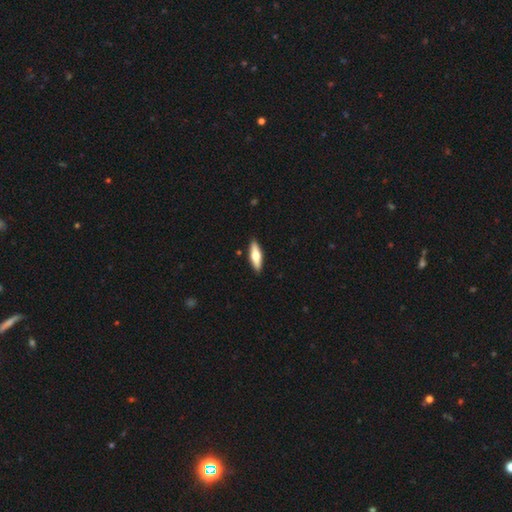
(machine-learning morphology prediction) Smooth or featured: smooth — 58% (featured or disk — 37%)
How rounded: cigar-shaped — 55% (in between — 43%)
Merging: none — 90% (minor disturbance — 7%)